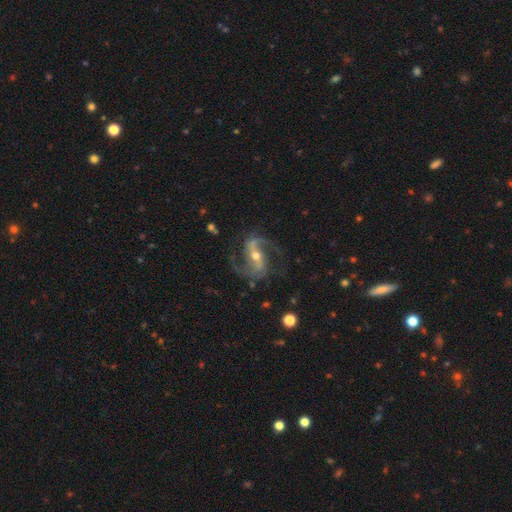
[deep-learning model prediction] The model was most divided on "bulge size": moderate: 53%, small: 43%, large: 2%, none: 1%, dominant: 1%. Remaining: spiral arms — yes (98%); edge-on disk — no (97%); spiral arm count — 2 (92%); smooth or featured — featured or disk (92%); merging — none (76%); spiral winding — medium (51%); bar — strong (47%).